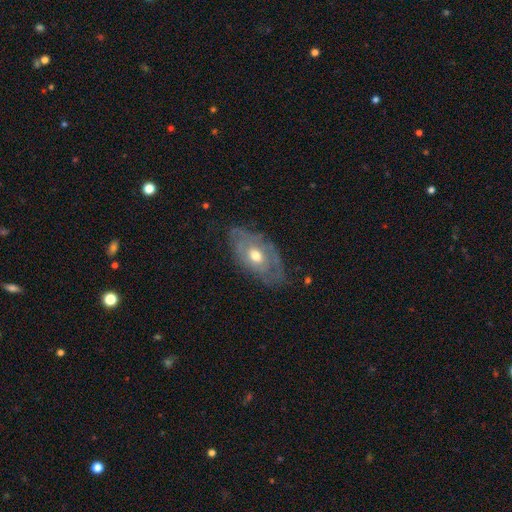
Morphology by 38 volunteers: Volunteers were most divided on "spiral arms": yes: 68%, no: 32%. More confident: smooth or featured — featured or disk (84%); bar — no (84%); bulge size — moderate (84%); edge-on disk — no (78%); spiral arm count — can't tell (76%); merging — none (76%); spiral winding — tight (71%).